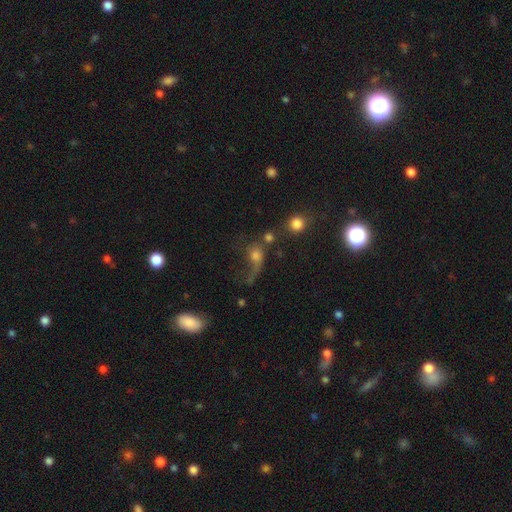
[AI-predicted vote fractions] Overall: smooth (49%; featured or disk 33%). Merging: major disturbance (46%; none 24%).